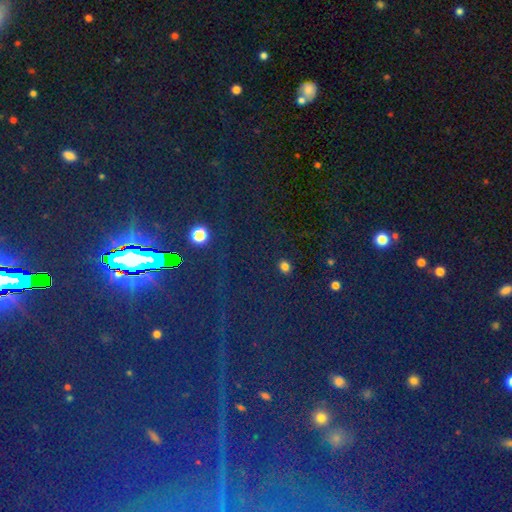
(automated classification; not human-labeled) star or artifact 83%, smooth 10%, featured or disk 7%.